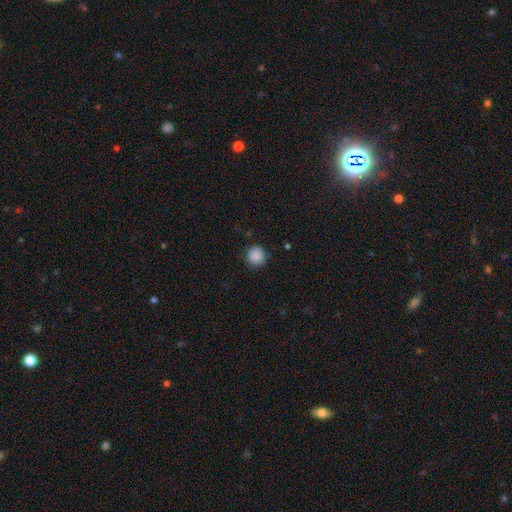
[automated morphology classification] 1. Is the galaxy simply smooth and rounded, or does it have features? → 88% smooth, 9% star or artifact, 3% featured or disk.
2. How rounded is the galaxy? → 91% round, 8% in between, 1% cigar-shaped.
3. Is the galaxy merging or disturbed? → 86% none, 10% minor disturbance, 3% major disturbance, 1% merger.